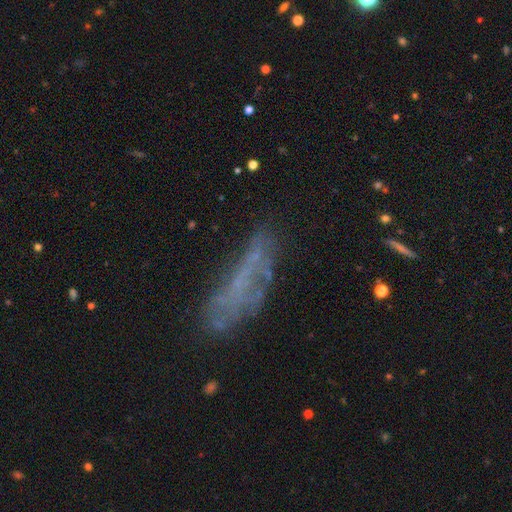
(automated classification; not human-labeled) This is possibly a featured or disk galaxy (48%). Merging: possibly none (53%).